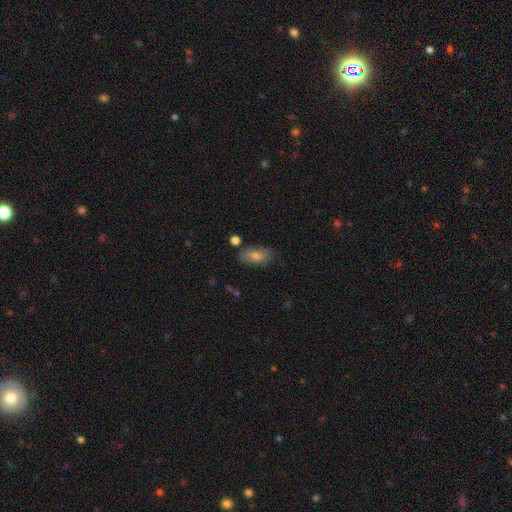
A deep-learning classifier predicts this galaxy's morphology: A smooth galaxy with no disk features (64%) that is in between round and cigar-shaped (86%). Merging: none (80%).